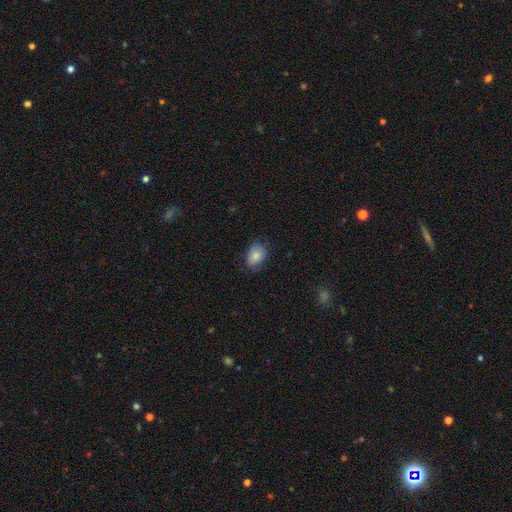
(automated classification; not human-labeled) smooth 80%, featured or disk 12%, star or artifact 8%. Down the decision tree: how rounded — in between (79%); merging — none (68%).